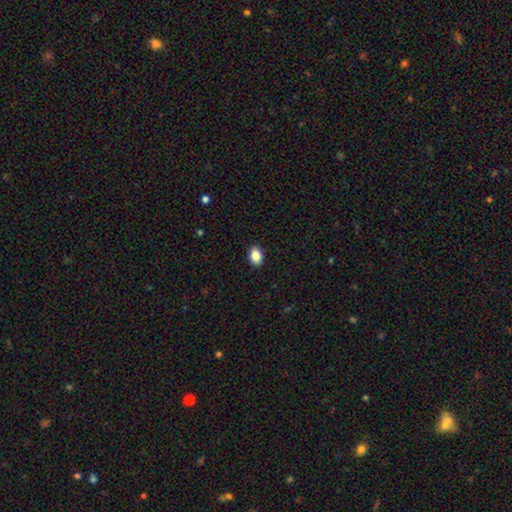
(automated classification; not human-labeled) A smooth galaxy with no disk features (87%) that is in between round and cigar-shaped (76%). Merging: none (91%).